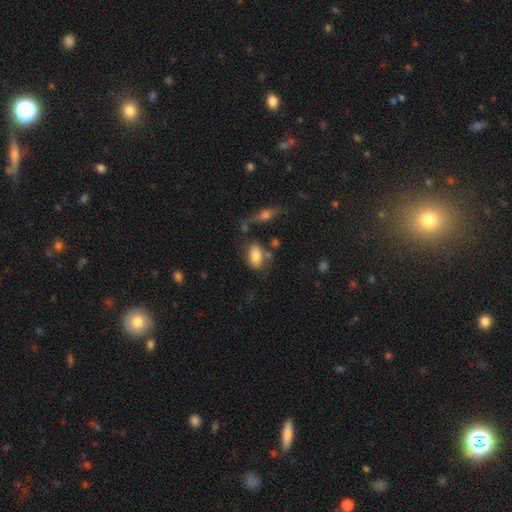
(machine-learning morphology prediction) type=smooth (76%); roundness=in between (89%); merging=none (61%).